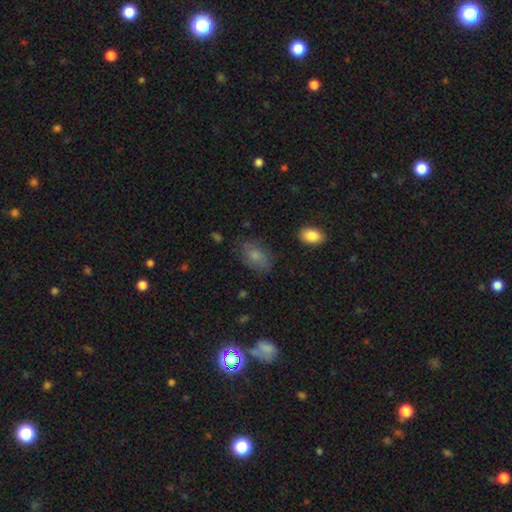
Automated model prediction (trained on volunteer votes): Smooth or featured? Predicted: smooth (p=0.74). How rounded? Predicted: in between (p=0.88). Merging? Predicted: none (p=0.74).